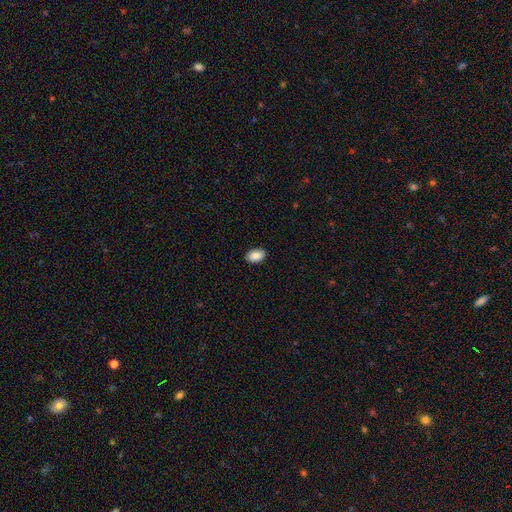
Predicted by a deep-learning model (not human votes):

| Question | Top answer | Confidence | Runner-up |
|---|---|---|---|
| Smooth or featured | smooth | 89% | star or artifact (7%) |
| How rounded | in between | 89% | round (10%) |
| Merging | none | 90% | minor disturbance (8%) |